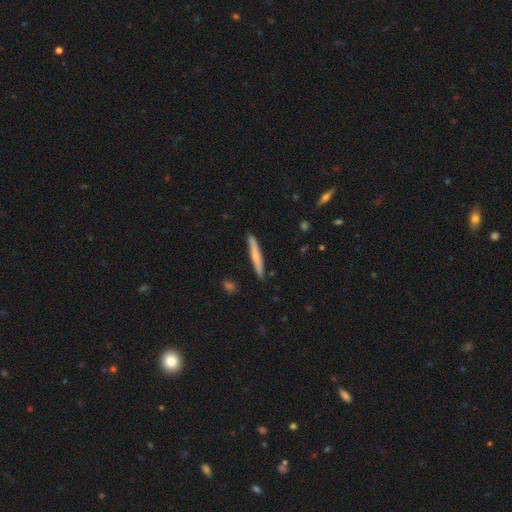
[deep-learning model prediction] Smooth or featured?
  - smooth: 54% *
  - featured or disk: 41%
  - star or artifact: 5%
How rounded?
  - cigar-shaped: 94% *
  - in between: 4%
  - round: 1%
Merging?
  - none: 87% *
  - minor disturbance: 10%
  - major disturbance: 2%
  - merger: 1%